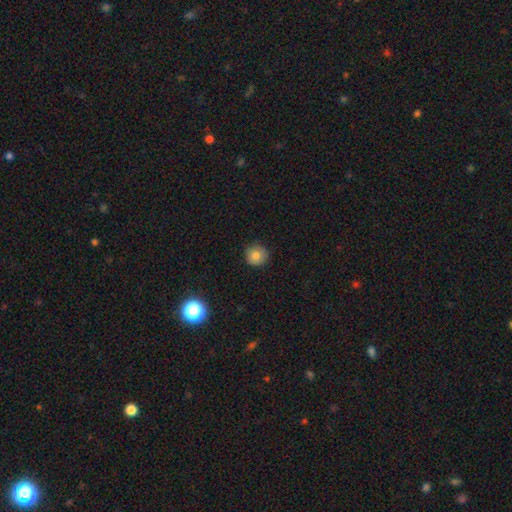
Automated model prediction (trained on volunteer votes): This is clearly a smooth galaxy (80%). How rounded: clearly round (94%). Merging: clearly none (85%).